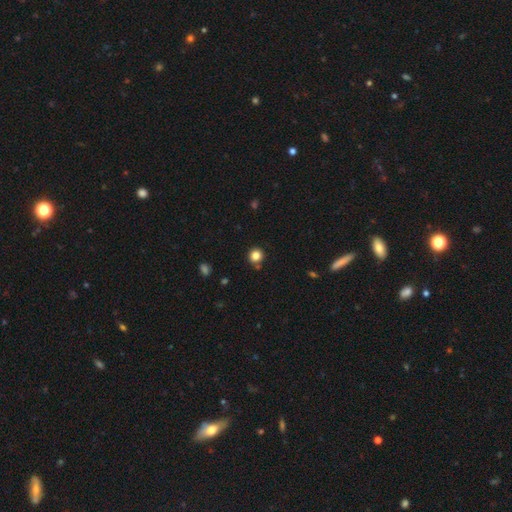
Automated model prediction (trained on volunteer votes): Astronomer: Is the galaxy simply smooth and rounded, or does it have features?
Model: smooth — 83%.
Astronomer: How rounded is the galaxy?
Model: round — 92%.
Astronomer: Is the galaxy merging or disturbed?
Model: none — 84%.